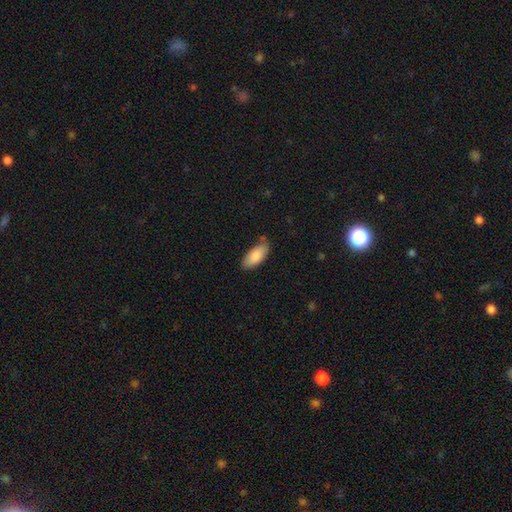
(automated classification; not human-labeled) This appears to be a smooth galaxy with no disk features (85%) that is in between round and cigar-shaped (86%). Merging: none (74%).